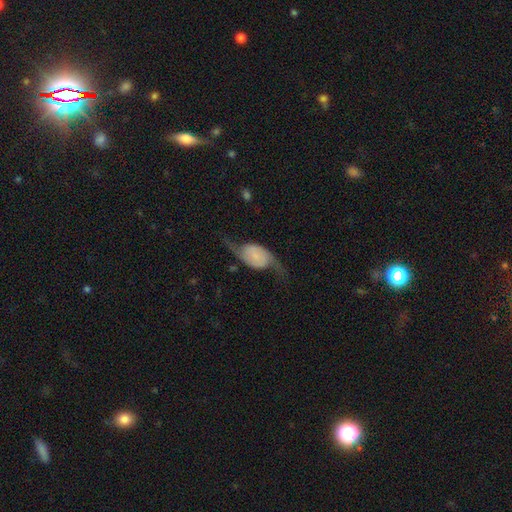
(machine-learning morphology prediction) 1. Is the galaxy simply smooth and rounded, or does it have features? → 75% featured or disk, 18% smooth, 7% star or artifact.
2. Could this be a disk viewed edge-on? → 94% no, 6% yes.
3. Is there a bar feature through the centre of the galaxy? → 57% no, 31% weak, 13% strong.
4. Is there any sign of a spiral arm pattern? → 94% yes, 6% no.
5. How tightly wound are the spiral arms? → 77% loose, 17% medium, 5% tight.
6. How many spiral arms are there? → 93% 2, 2% can't tell, 2% 1, 1% 3, 1% 4, 1% more than 4.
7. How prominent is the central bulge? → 45% none, 31% small, 9% moderate, 8% dominant, 7% large.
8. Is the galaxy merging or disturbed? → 59% none, 20% minor disturbance, 18% major disturbance, 3% merger.